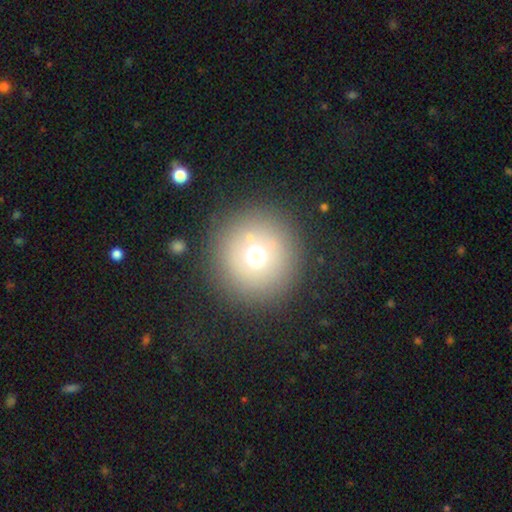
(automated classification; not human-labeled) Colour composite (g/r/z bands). It shows a smooth galaxy with no disk features (67%) that is round (96%). Merging: none (87%).